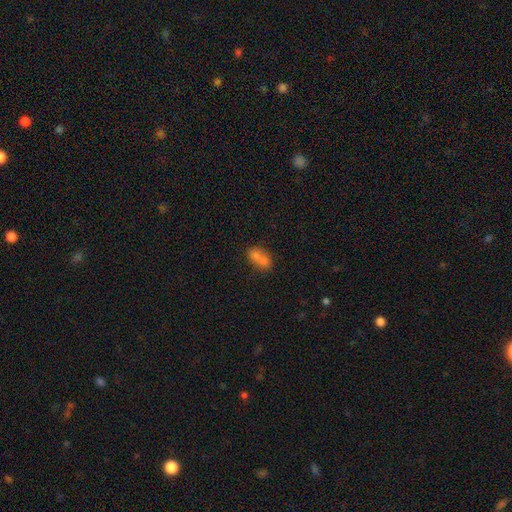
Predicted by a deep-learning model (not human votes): Morphology: type=smooth (66%); roundness=in between (60%); merging=merger (61%).